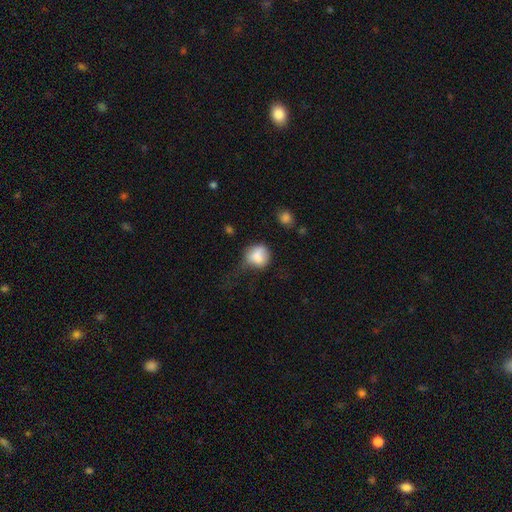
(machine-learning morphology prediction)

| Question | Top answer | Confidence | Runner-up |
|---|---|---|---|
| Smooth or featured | smooth | 76% | featured or disk (14%) |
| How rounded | round | 69% | in between (30%) |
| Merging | none | 38% | minor disturbance (31%) |